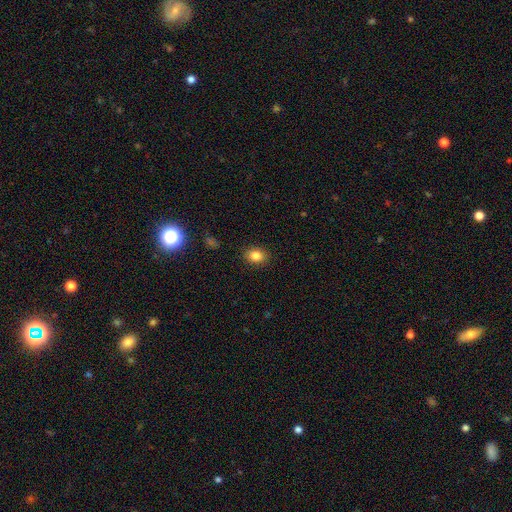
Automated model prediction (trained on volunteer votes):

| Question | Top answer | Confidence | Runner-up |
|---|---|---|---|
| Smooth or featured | smooth | 84% | star or artifact (10%) |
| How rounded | in between | 57% | round (42%) |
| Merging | none | 89% | minor disturbance (8%) |